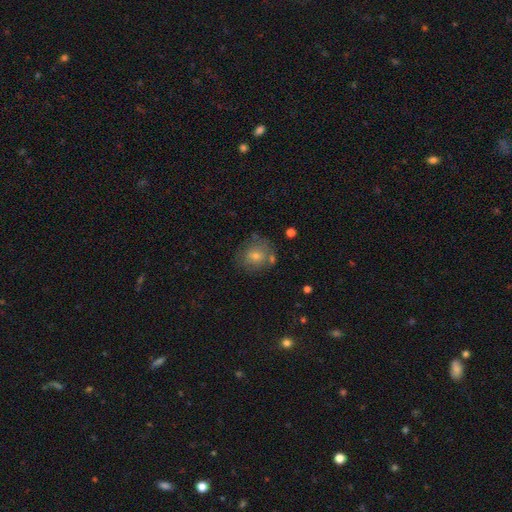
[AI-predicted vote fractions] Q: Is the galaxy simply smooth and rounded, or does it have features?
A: smooth — 68%.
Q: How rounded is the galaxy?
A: round — 81%.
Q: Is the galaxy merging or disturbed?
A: none — 64%.